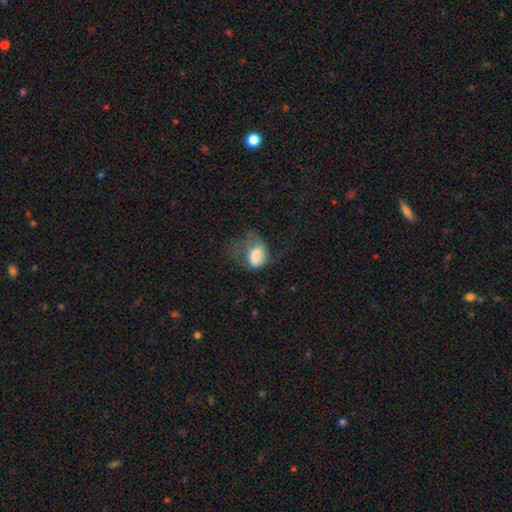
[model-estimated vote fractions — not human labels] This appears to be a smooth galaxy with no disk features (64%) that is in between round and cigar-shaped (80%). Merging: major disturbance (58%).